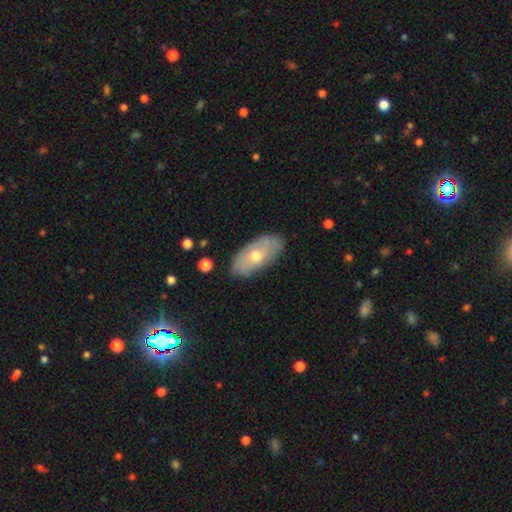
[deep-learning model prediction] smooth 56%, featured or disk 37%, star or artifact 7%. Down the decision tree: how rounded — in between (91%); merging — none (83%).